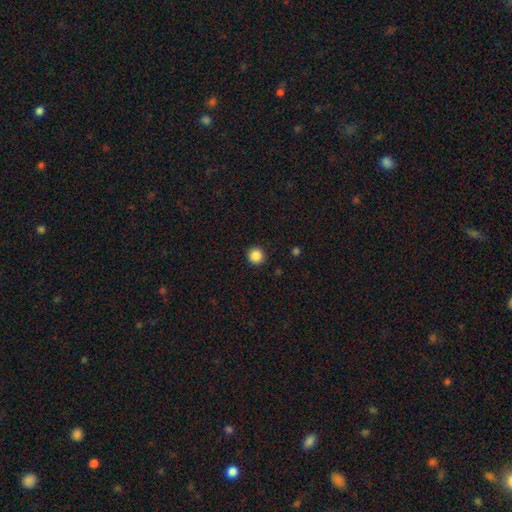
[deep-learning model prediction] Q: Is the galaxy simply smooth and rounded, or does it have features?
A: smooth — 87%.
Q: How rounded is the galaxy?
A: round — 95%.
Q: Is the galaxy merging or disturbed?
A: none — 92%.